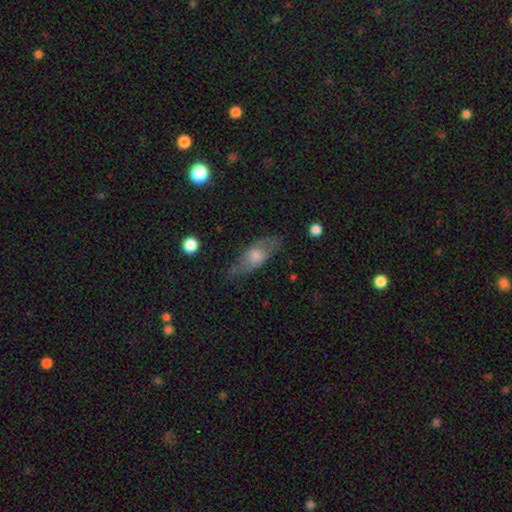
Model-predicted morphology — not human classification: Smooth or featured?
  - smooth: 50% *
  - featured or disk: 42%
  - star or artifact: 9%
Merging?
  - none: 76% *
  - minor disturbance: 18%
  - major disturbance: 5%
  - merger: 1%